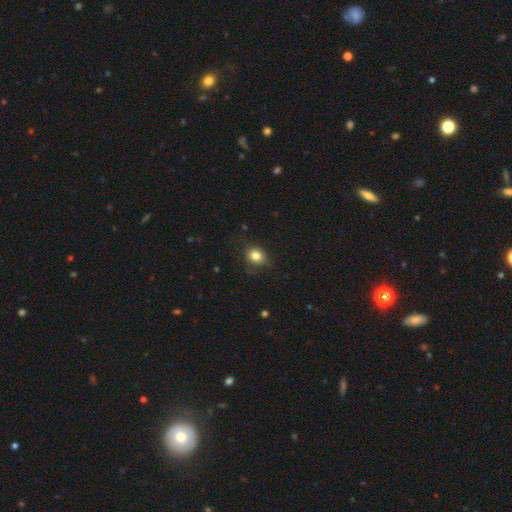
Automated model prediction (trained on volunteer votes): This appears to be a smooth galaxy with no disk features (81%) that is round (75%). Merging: none (75%).